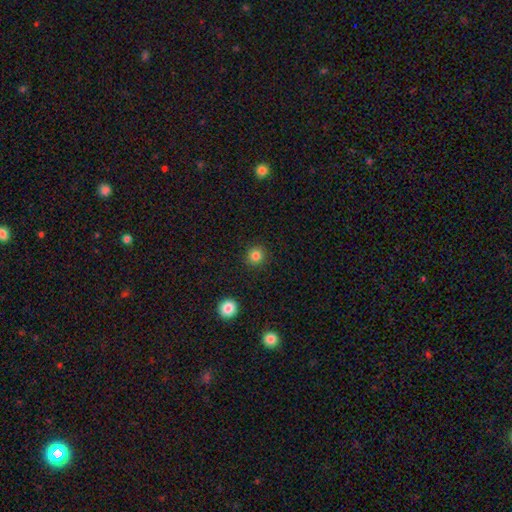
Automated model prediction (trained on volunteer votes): This appears to be a smooth galaxy with no disk features (83%) that is round (94%). Merging: none (91%).